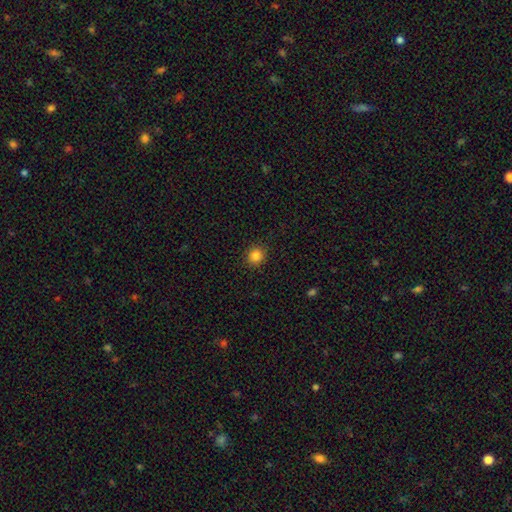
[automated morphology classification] This is clearly a smooth galaxy (85%). How rounded: clearly round (88%). Merging: clearly none (91%).